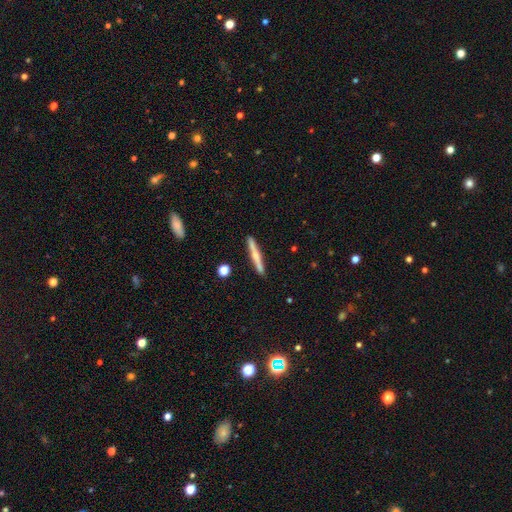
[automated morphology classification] Smooth or featured: featured or disk — 49% (smooth — 44%)
Merging: none — 90% (minor disturbance — 7%)